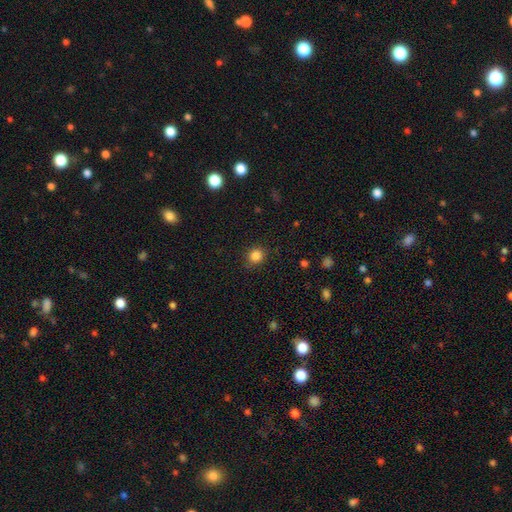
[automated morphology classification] type=smooth (85%); roundness=round (87%); merging=none (89%).